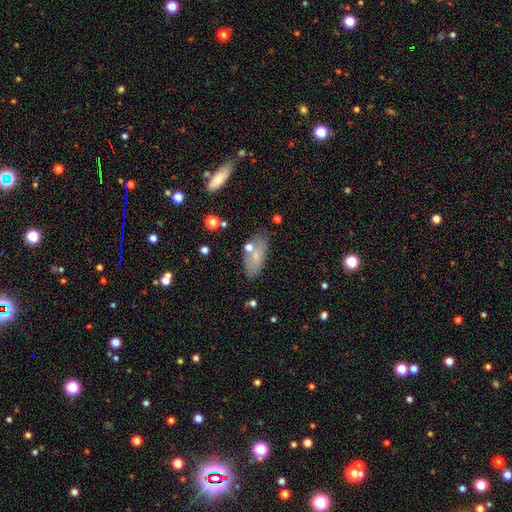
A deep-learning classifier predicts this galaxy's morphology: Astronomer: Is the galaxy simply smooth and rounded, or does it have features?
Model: smooth — 65%.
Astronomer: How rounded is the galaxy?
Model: in between — 82%.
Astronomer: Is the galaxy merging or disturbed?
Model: none — 68%.